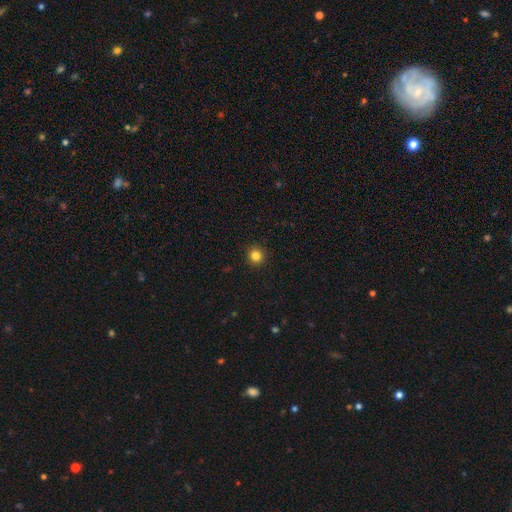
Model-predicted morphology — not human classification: smooth-or-featured: smooth: 83% | star or artifact: 12% | featured or disk: 4%
  how-rounded: round: 94% | in between: 5% | cigar-shaped: 1%
  merging: none: 93% | minor disturbance: 4% | major disturbance: 2% | merger: 1%